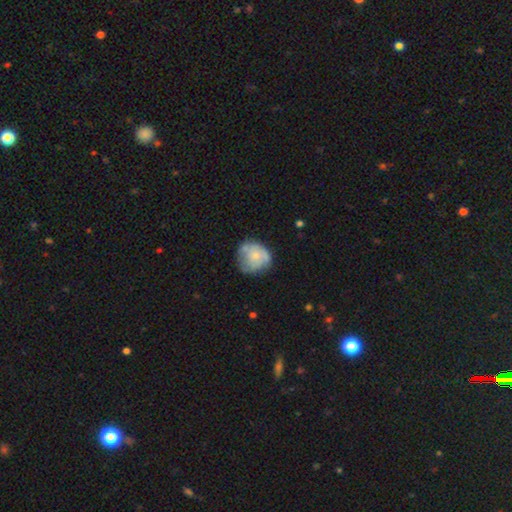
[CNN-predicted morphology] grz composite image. It shows a smooth galaxy with no disk features (50%) that is round (82%). Merging: none (58%).